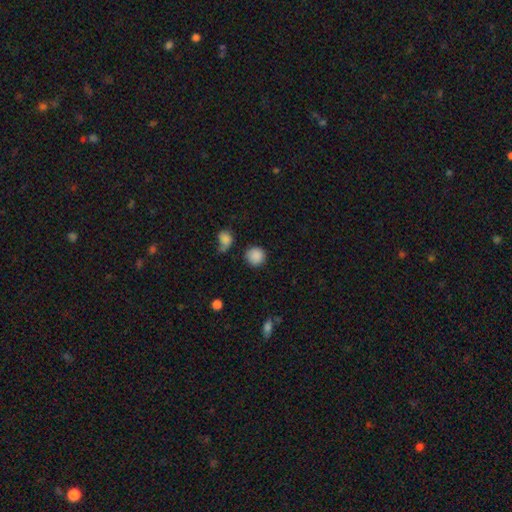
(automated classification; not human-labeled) Smooth or featured? smooth (86%)
How rounded? round (92%)
Merging? none (80%)